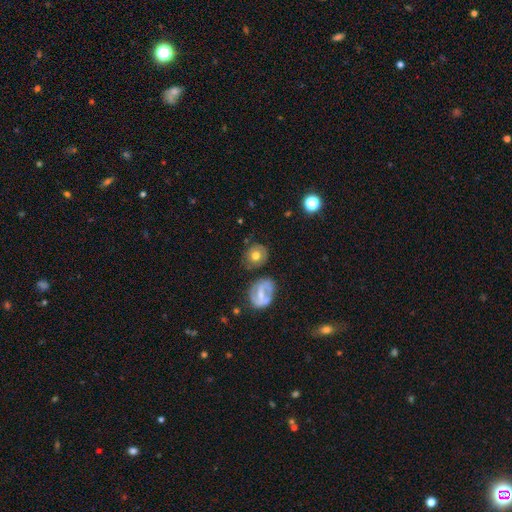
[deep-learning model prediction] smooth-or-featured: smooth: 60% | featured or disk: 31% | star or artifact: 9%
  how-rounded: round: 80% | in between: 18% | cigar-shaped: 1%
  merging: none: 75% | minor disturbance: 14% | merger: 6% | major disturbance: 5%